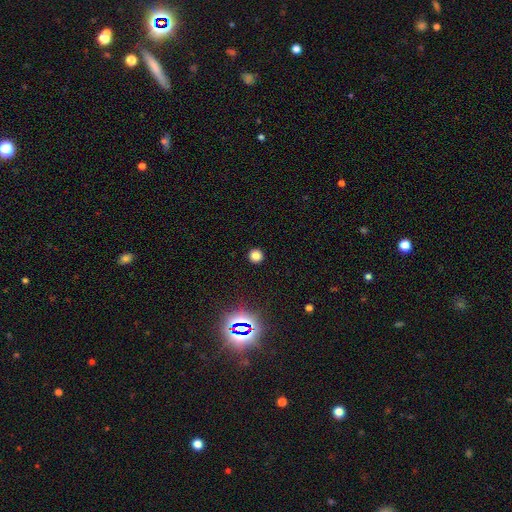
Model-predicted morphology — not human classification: Smooth or featured: smooth — 79% (star or artifact — 16%)
How rounded: round — 94% (in between — 4%)
Merging: none — 93% (minor disturbance — 4%)